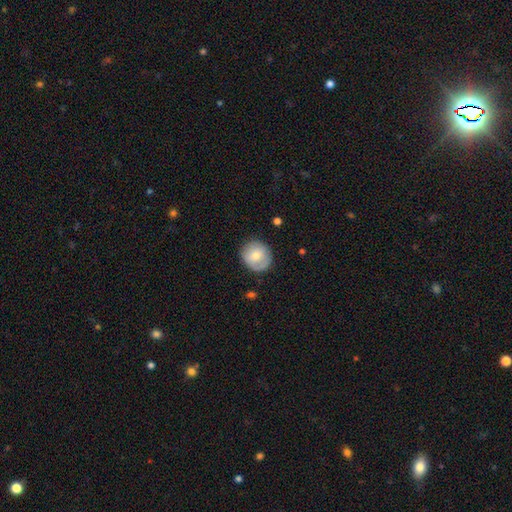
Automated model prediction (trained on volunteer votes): Smooth or featured?
  - smooth: 70% *
  - featured or disk: 24%
  - star or artifact: 7%
How rounded?
  - round: 85% *
  - in between: 15%
  - cigar-shaped: 1%
Merging?
  - none: 79% *
  - minor disturbance: 15%
  - major disturbance: 4%
  - merger: 1%